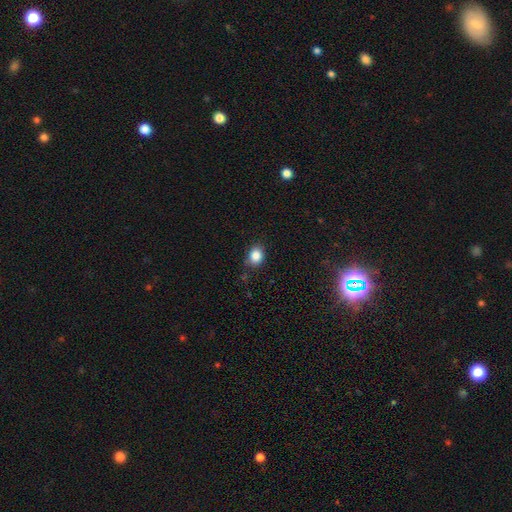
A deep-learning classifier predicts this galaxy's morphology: Smooth or featured: smooth — 86% (star or artifact — 10%)
How rounded: round — 53% (in between — 46%)
Merging: none — 79% (minor disturbance — 16%)